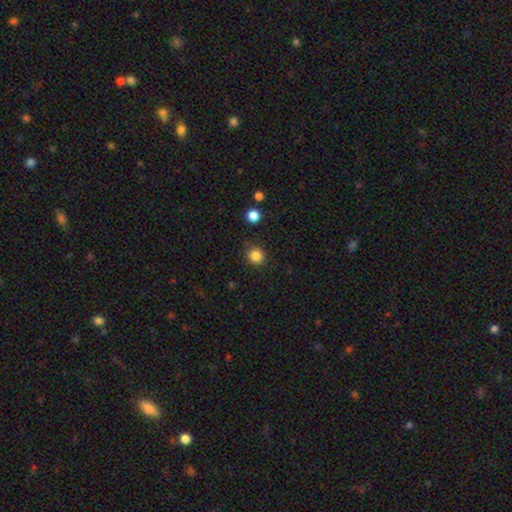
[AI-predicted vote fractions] Overall: smooth (85%). How rounded: round (91%). Merging: none (88%).